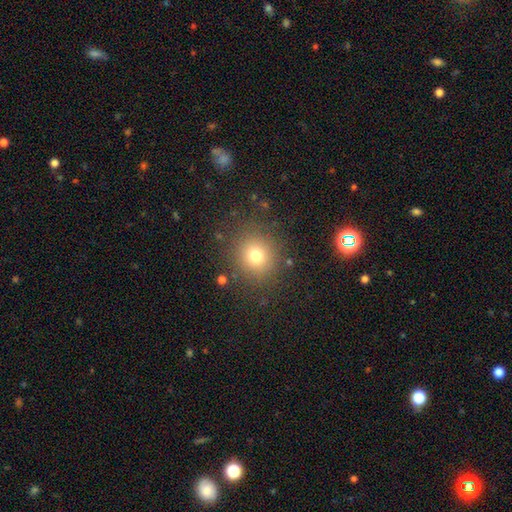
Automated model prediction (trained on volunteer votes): Smooth or featured? Predicted: smooth (p=0.74). How rounded? Predicted: round (p=0.89). Merging? Predicted: none (p=0.86).